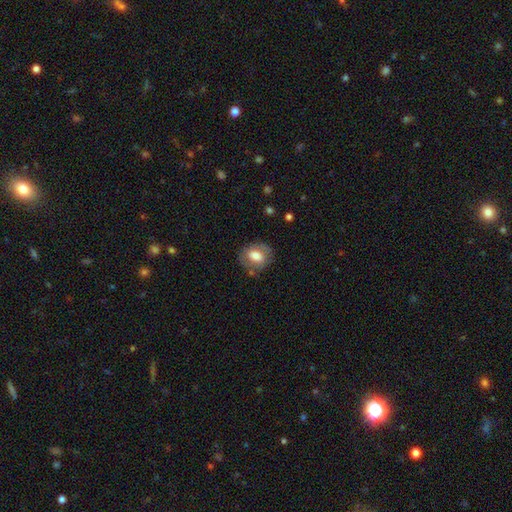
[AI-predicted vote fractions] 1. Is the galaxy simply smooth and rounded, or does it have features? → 66% smooth, 26% featured or disk, 7% star or artifact.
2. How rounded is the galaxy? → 51% in between, 48% round, 1% cigar-shaped.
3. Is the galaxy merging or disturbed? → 74% none, 17% minor disturbance, 6% major disturbance, 2% merger.